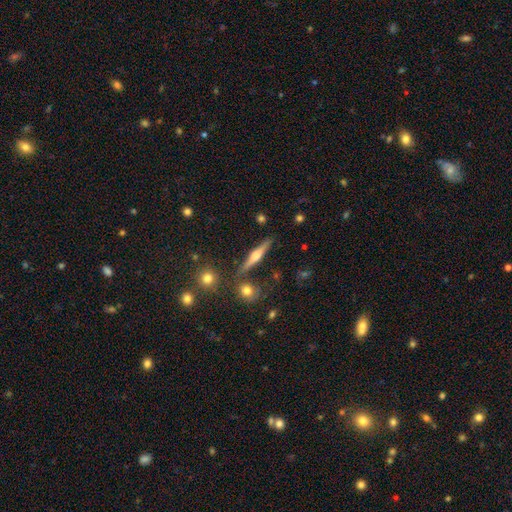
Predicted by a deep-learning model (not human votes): Smooth or featured? Predicted: featured or disk (p=0.70). Edge-on disk? Predicted: yes (p=0.97). Edge-on bulge? Predicted: rounded (p=0.87). Merging? Predicted: none (p=0.85).